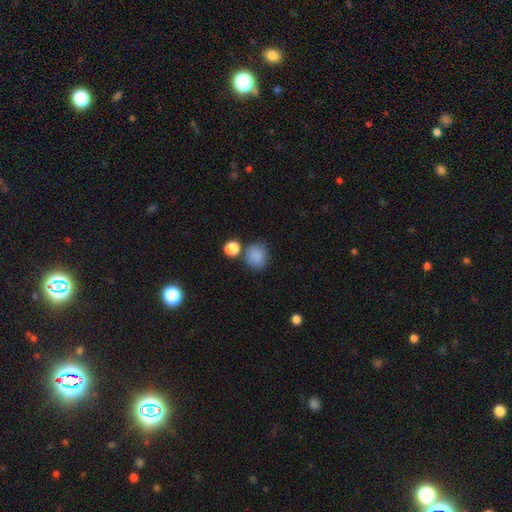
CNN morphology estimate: smooth_or_featured: smooth (p=0.84) [alt: star or artifact p=0.11]
how_rounded: round (p=0.74) [alt: in between p=0.25]
merging: none (p=0.69) [alt: minor disturbance p=0.14]